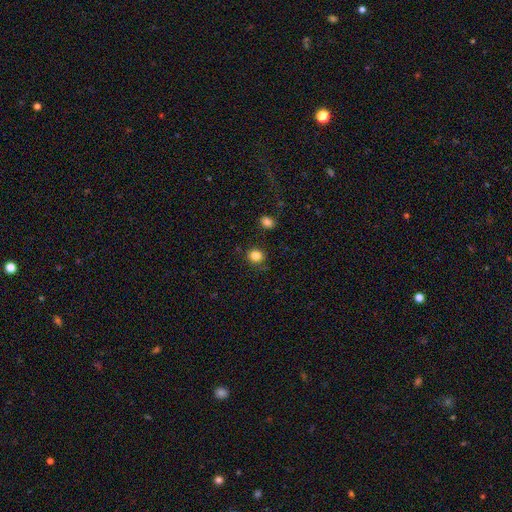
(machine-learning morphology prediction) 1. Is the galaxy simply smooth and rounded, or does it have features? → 84% smooth, 11% star or artifact, 5% featured or disk.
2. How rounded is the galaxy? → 80% round, 19% in between, 1% cigar-shaped.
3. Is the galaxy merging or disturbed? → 83% none, 11% minor disturbance, 3% major disturbance, 3% merger.